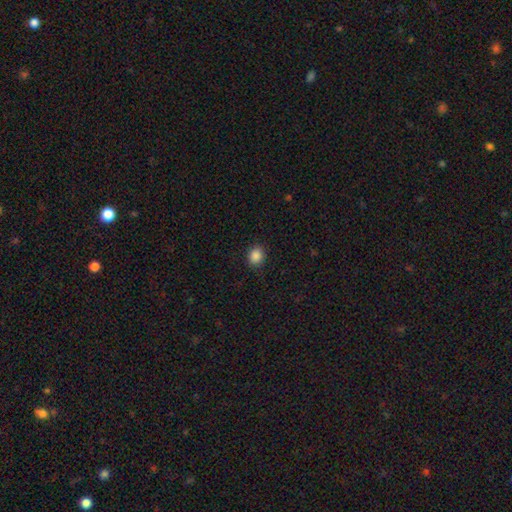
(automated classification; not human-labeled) Overall: smooth (87%). How rounded: round (71%). Merging: none (90%).